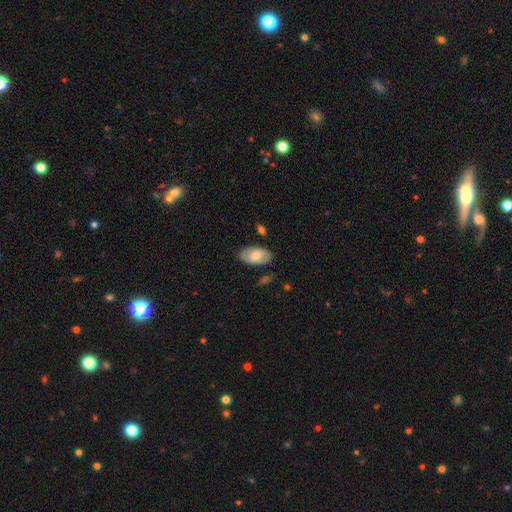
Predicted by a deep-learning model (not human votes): The model was most divided on "smooth or featured": smooth: 59%, featured or disk: 35%, star or artifact: 6%. More confident: how rounded — in between (94%); merging — none (77%).